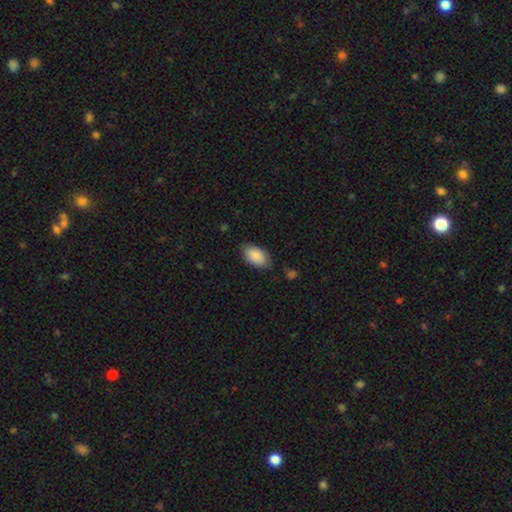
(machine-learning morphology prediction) The model was most divided on "merging": none: 78%, minor disturbance: 17%, major disturbance: 4%, merger: 2%. More confident: how rounded — in between (94%); smooth or featured — smooth (88%).